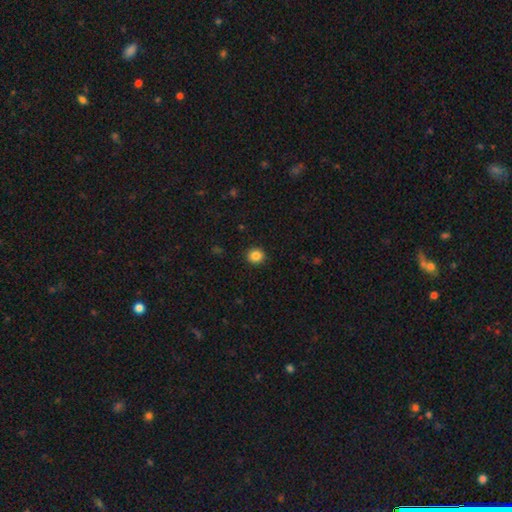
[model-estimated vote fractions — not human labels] A smooth galaxy with no disk features (86%) that is round (89%).

Vote fractions:
- Smooth or featured? smooth: 86% / star or artifact: 10% / featured or disk: 4%
- How rounded? round: 89% / in between: 10% / cigar-shaped: 1%
- Merging? none: 92% / minor disturbance: 5% / major disturbance: 2% / merger: 1%